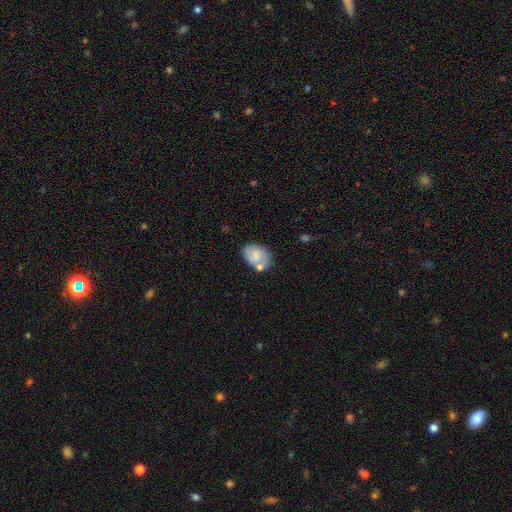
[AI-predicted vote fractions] smooth 52%, featured or disk 41%, star or artifact 8%. Down the decision tree: how rounded — in between (74%); merging — none (56%).